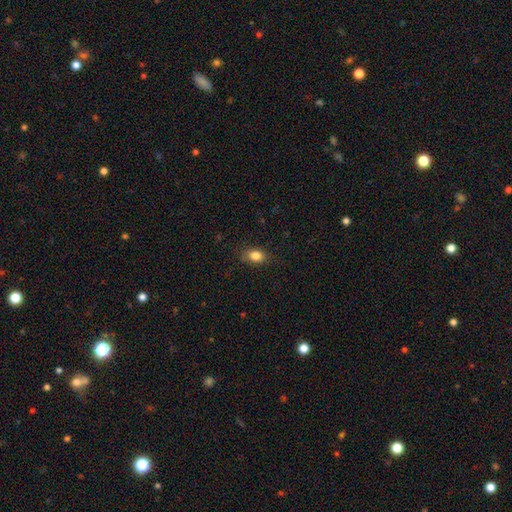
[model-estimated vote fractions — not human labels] smooth_or_featured: smooth (p=0.84) [alt: star or artifact p=0.09]
how_rounded: in between (p=0.77) [alt: round p=0.21]
merging: none (p=0.83) [alt: minor disturbance p=0.13]